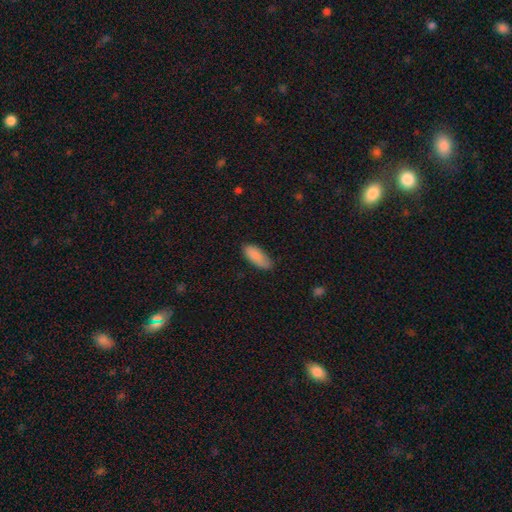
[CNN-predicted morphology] Overall: smooth (89%). How rounded: in between (80%). Merging: none (78%).